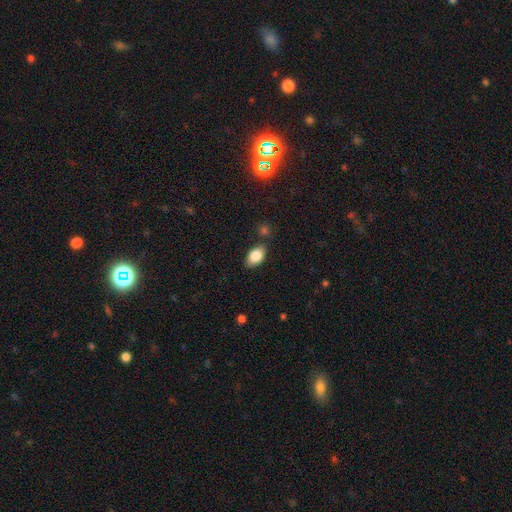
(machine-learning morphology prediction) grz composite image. It shows a smooth galaxy with no disk features (84%) that is in between round and cigar-shaped (91%). Merging: none (78%).